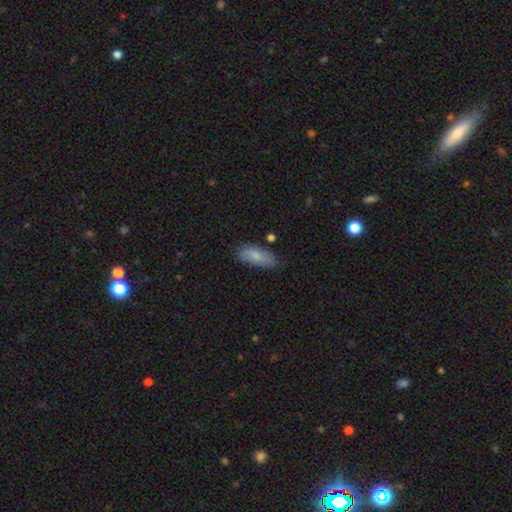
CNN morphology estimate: Smooth or featured? smooth (75%)
How rounded? in between (83%)
Merging? none (65%)